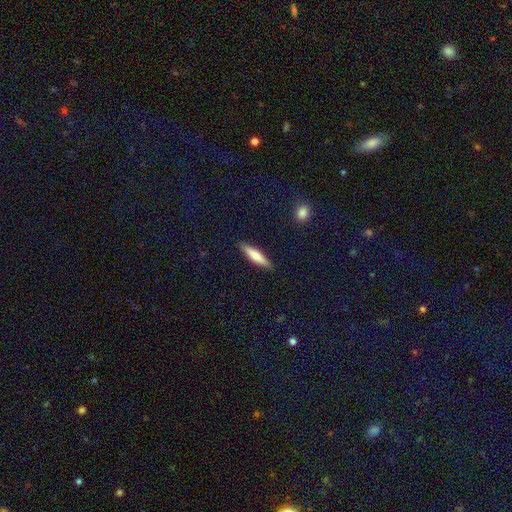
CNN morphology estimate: Overall: smooth (61%; featured or disk 33%). How rounded: cigar-shaped (83%). Merging: none (90%).